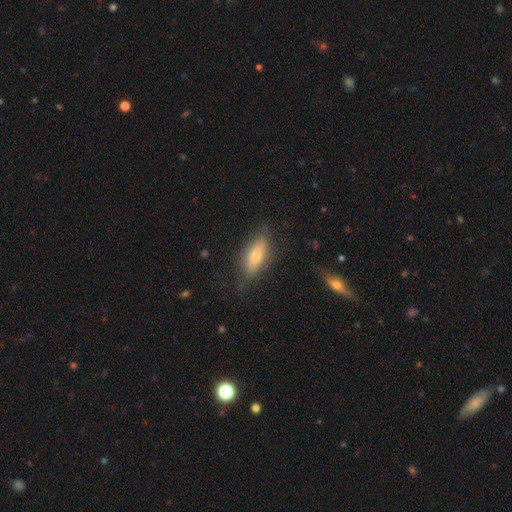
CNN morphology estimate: Smooth or featured?
  - smooth: 63% *
  - featured or disk: 30%
  - star or artifact: 7%
How rounded?
  - in between: 70% *
  - cigar-shaped: 26%
  - round: 3%
Merging?
  - none: 75% *
  - minor disturbance: 18%
  - major disturbance: 5%
  - merger: 2%